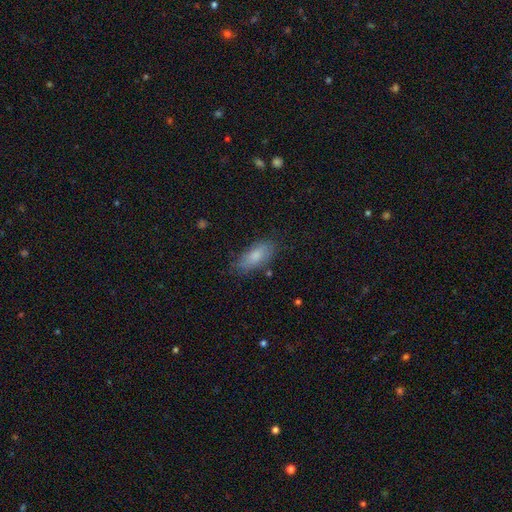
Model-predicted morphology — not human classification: This appears to be a smooth galaxy with no disk features (80%) that is in between round and cigar-shaped (81%). Merging: none (75%).